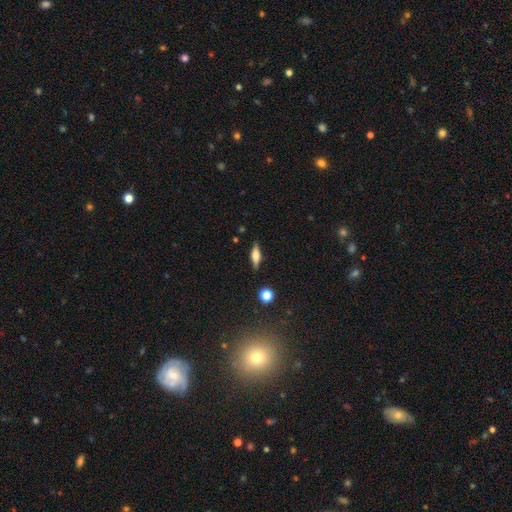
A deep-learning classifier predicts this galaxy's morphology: smooth_or_featured: smooth (p=0.53) [alt: featured or disk p=0.39]
how_rounded: cigar-shaped (p=0.49) [alt: in between p=0.47]
merging: none (p=0.85) [alt: minor disturbance p=0.10]